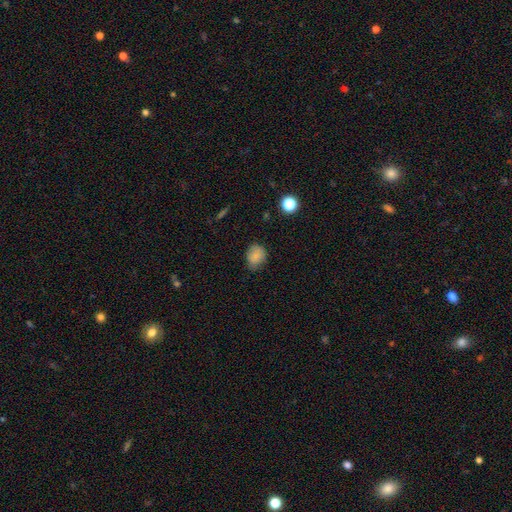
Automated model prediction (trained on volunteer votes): A smooth galaxy with no disk features (84%) that is round (56%). Merging: none (69%).